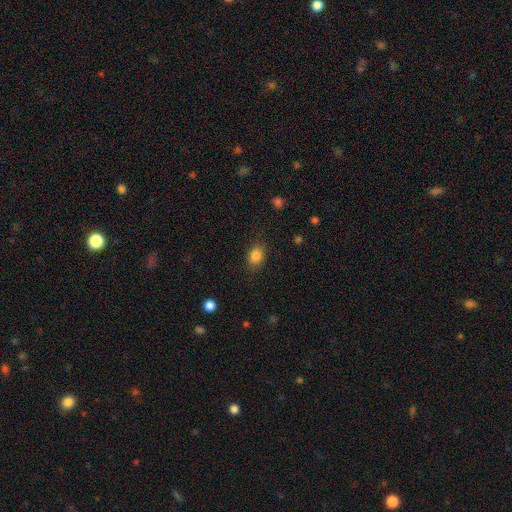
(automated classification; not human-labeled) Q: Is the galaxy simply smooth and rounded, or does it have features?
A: smooth — 85%.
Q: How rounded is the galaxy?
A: in between — 72%.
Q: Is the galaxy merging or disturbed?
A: none — 83%.